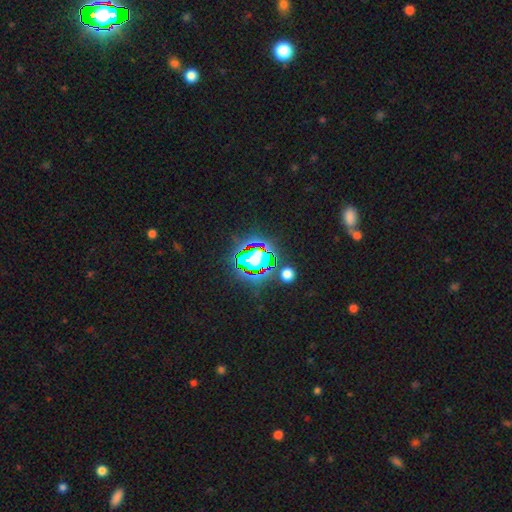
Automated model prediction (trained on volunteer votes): A star or artifact, not a galaxy (80%).

Vote fractions:
- Smooth or featured? star or artifact: 80% / smooth: 12% / featured or disk: 8%